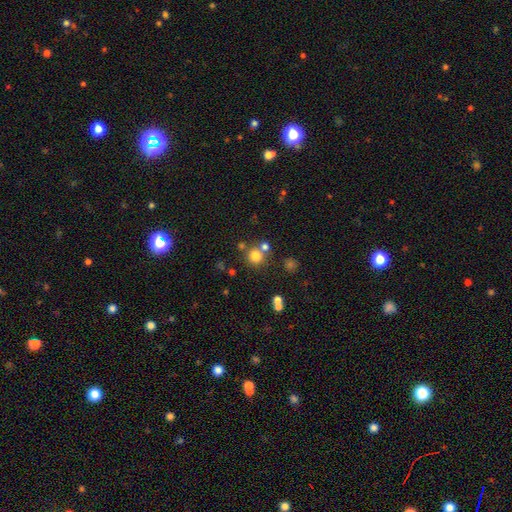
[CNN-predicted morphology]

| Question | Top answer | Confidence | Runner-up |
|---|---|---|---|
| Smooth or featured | smooth | 76% | star or artifact (16%) |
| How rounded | round | 91% | in between (8%) |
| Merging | none | 68% | merger (20%) |